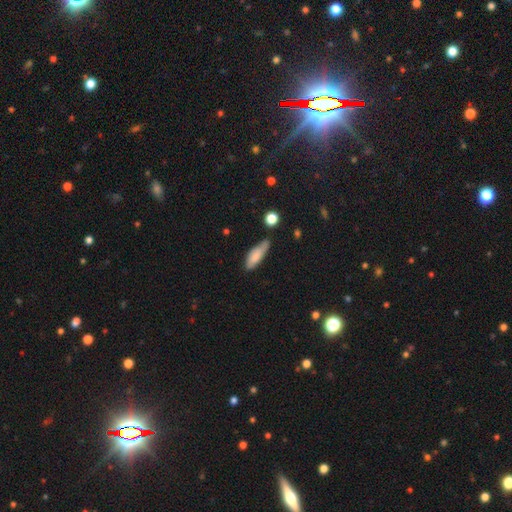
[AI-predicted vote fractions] A smooth galaxy with no disk features (78%) that is in between round and cigar-shaped (60%). Merging: none (53%).